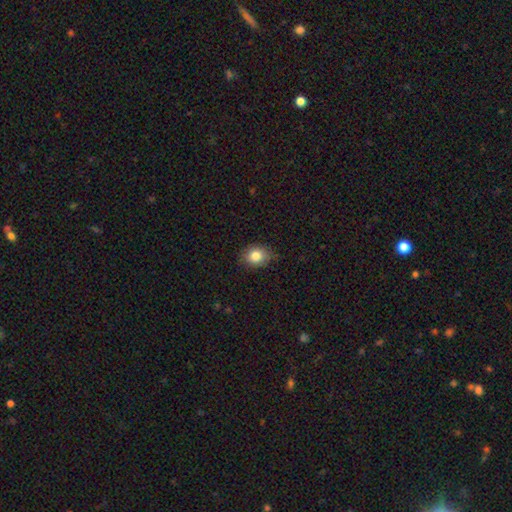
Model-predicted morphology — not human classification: smooth-or-featured: smooth: 83% | star or artifact: 10% | featured or disk: 8%
  how-rounded: round: 54% | in between: 45% | cigar-shaped: 1%
  merging: none: 80% | minor disturbance: 16% | major disturbance: 3% | merger: 1%